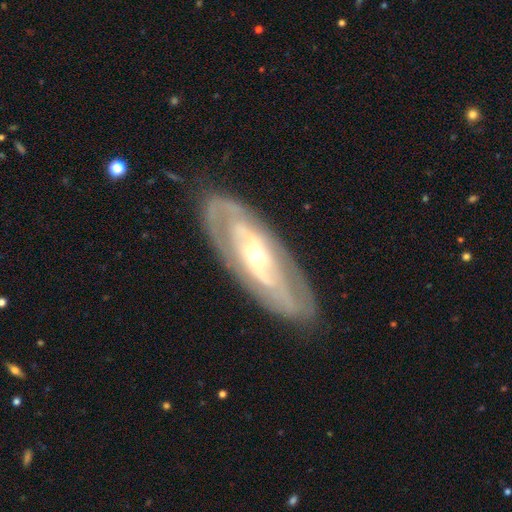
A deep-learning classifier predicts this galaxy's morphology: Smooth or featured? Predicted: featured or disk (p=0.81). Edge-on disk? Predicted: no (p=0.86). Bar? Predicted: no (p=0.53). Spiral arms? Predicted: yes (p=0.70). Bulge size? Predicted: small (p=0.55). Merging? Predicted: none (p=0.83).